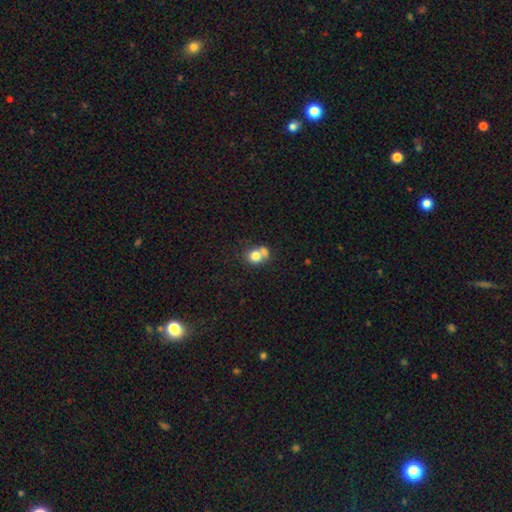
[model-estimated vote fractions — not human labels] Smooth or featured? smooth (76%)
How rounded? round (73%)
Merging? merger (51%)